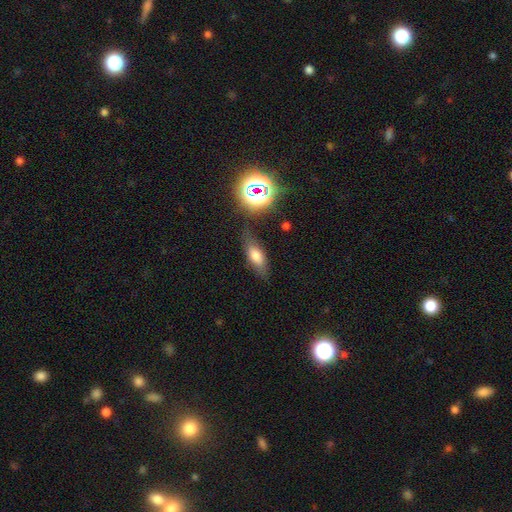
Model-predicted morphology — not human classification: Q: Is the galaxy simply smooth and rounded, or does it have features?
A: smooth — 65%.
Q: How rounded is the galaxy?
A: in between — 73%.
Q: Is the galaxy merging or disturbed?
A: none — 67%.